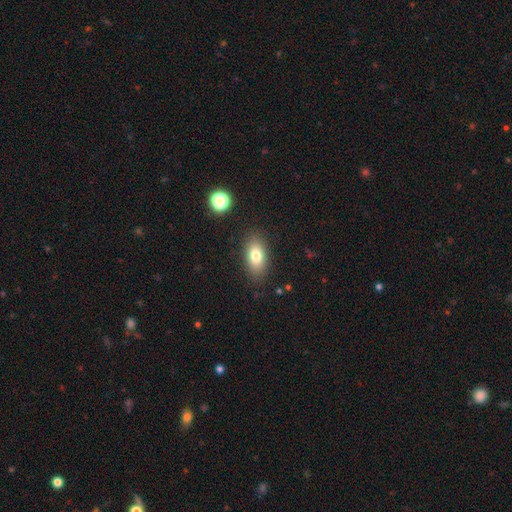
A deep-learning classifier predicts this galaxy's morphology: Overall: smooth (79%). How rounded: in between (89%). Merging: none (85%).